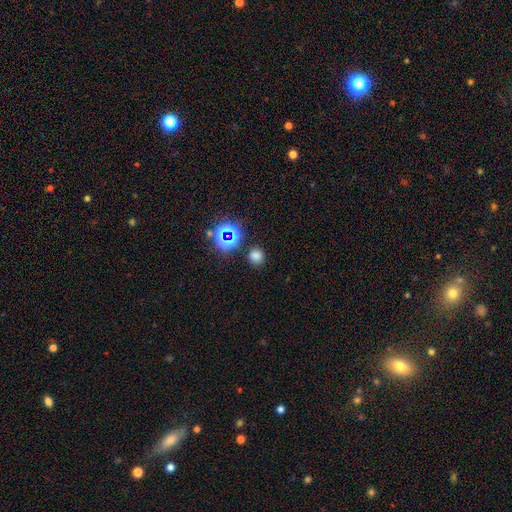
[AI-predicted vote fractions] Overall: smooth (71%). How rounded: round (90%). Merging: none (86%).